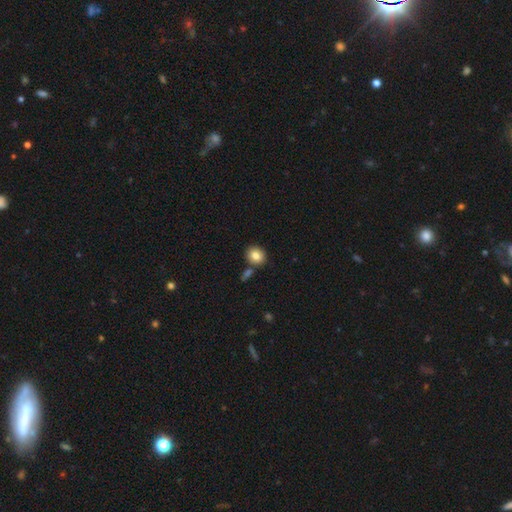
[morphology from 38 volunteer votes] This appears to be a smooth galaxy with no disk features (92%) that is round (66%). Merging: none (81%).